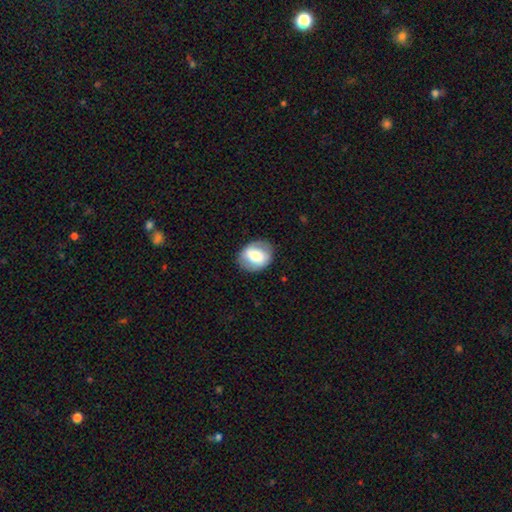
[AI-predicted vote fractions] The model was most divided on "how rounded": in between: 52%, round: 47%, cigar-shaped: 1%. More confident: merging — none (82%); smooth or featured — smooth (55%).